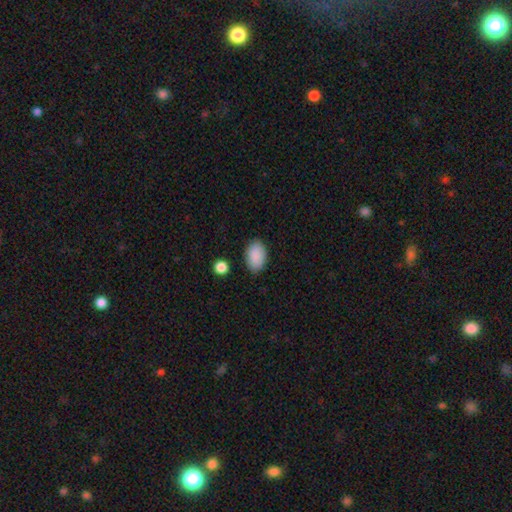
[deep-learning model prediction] smooth-or-featured: smooth: 90% | star or artifact: 6% | featured or disk: 3%
  how-rounded: in between: 92% | round: 7% | cigar-shaped: 1%
  merging: none: 86% | minor disturbance: 10% | major disturbance: 3% | merger: 2%